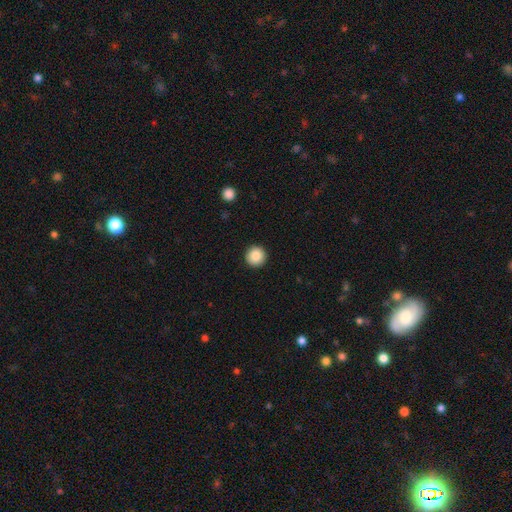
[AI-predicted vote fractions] Overall: smooth (86%). How rounded: round (96%). Merging: none (93%).